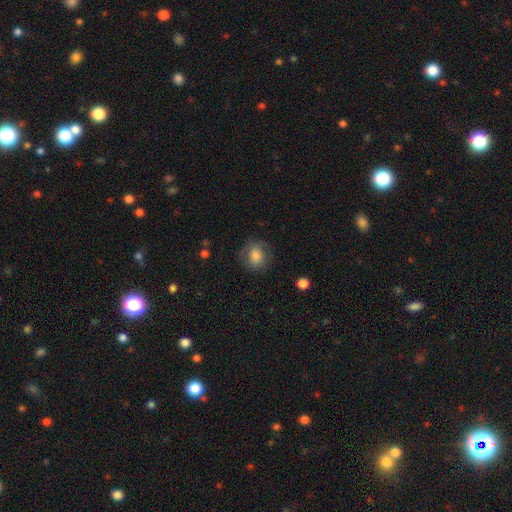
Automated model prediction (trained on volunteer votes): Morphology: type=smooth (71%); roundness=round (75%); merging=none (74%).